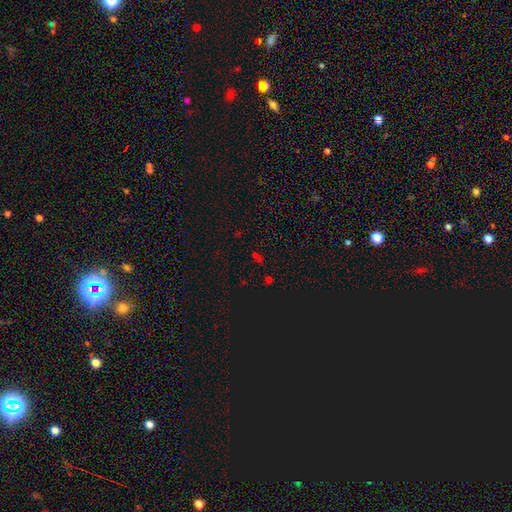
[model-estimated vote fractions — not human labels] smooth_or_featured: star or artifact (p=0.59) [alt: smooth p=0.32]